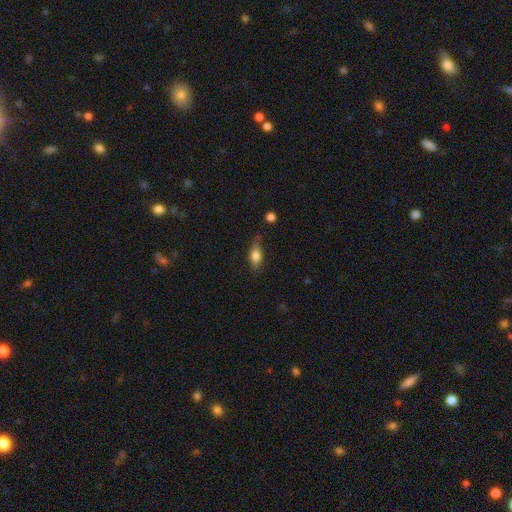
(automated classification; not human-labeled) Smooth or featured? Predicted: smooth (p=0.76). How rounded? Predicted: in between (p=0.75). Merging? Predicted: none (p=0.70).